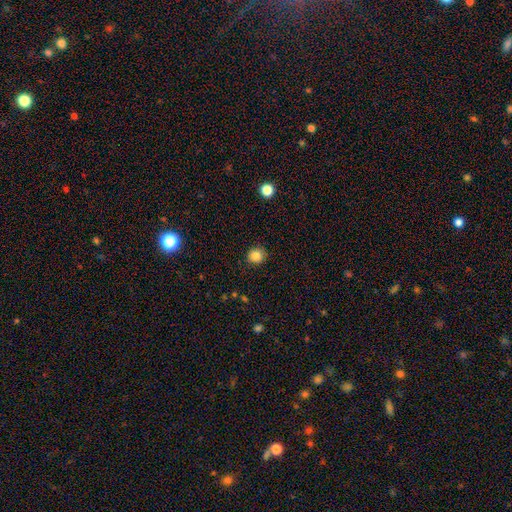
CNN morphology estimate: The model was most divided on "smooth or featured": smooth: 84%, star or artifact: 11%, featured or disk: 4%. More confident: how rounded — round (89%); merging — none (88%).